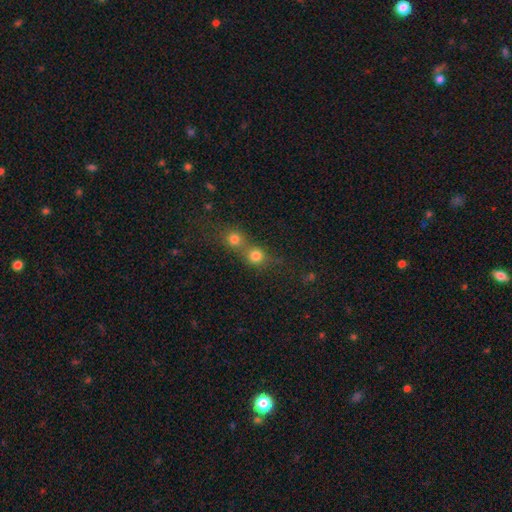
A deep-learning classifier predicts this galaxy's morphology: Smooth or featured? Predicted: smooth (p=0.76). How rounded? Predicted: round (p=0.87). Merging? Predicted: merger (p=0.56).